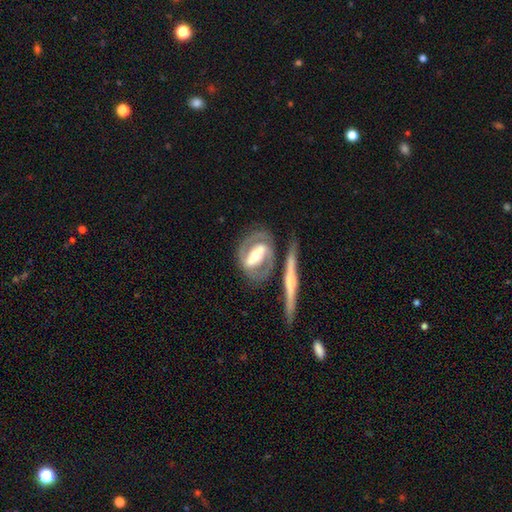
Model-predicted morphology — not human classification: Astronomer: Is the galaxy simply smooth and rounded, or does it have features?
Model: featured or disk — 81%.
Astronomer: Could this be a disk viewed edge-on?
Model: no — 91%.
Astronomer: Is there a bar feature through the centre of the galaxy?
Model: strong — 68%.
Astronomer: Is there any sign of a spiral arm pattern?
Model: yes — 84%.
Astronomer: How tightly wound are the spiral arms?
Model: tight — 44%, tied with medium at 44%.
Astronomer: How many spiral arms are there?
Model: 2 — 85%.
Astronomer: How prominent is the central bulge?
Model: moderate — 63%.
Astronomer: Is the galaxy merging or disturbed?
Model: none — 66%.